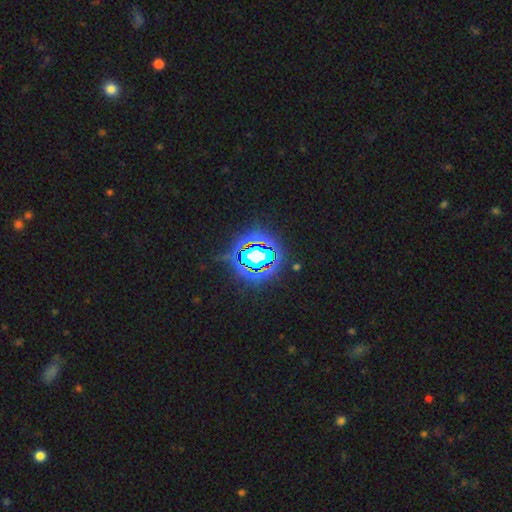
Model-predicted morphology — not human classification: This is likely a star or artifact rather than a galaxy (71%).